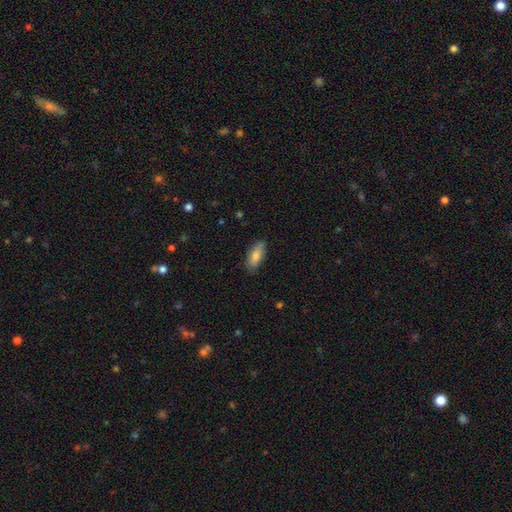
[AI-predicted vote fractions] This is clearly a smooth galaxy (82%). How rounded: likely in between (79%). Merging: clearly none (85%).